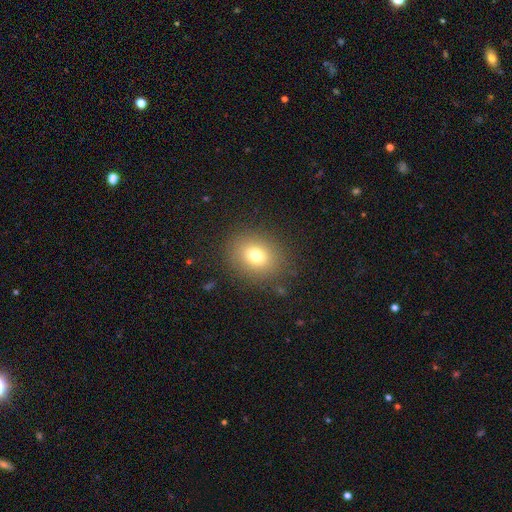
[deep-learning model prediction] This is likely a smooth galaxy (75%). How rounded: possibly round (57%). Merging: clearly none (85%).